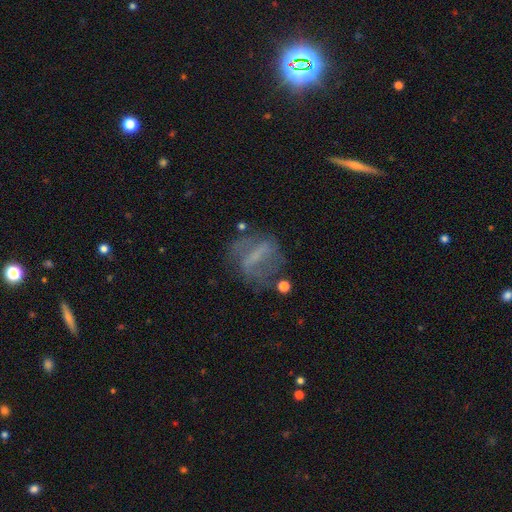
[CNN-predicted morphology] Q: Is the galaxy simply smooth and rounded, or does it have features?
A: featured or disk — 61%.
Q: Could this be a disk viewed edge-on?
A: no — 88%.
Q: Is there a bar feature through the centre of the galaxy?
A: strong — 55%.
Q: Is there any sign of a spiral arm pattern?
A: no — 51%.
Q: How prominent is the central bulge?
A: none — 48%.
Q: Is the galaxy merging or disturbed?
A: none — 54%.